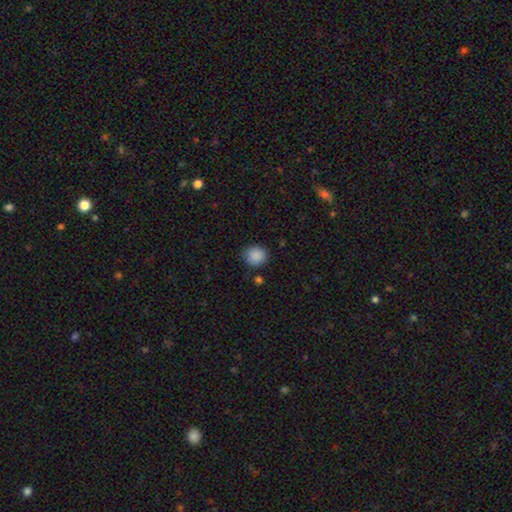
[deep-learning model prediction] The model was most divided on "how rounded": round: 85%, in between: 14%, cigar-shaped: 1%. More confident: smooth or featured — smooth (88%); merging — none (84%).